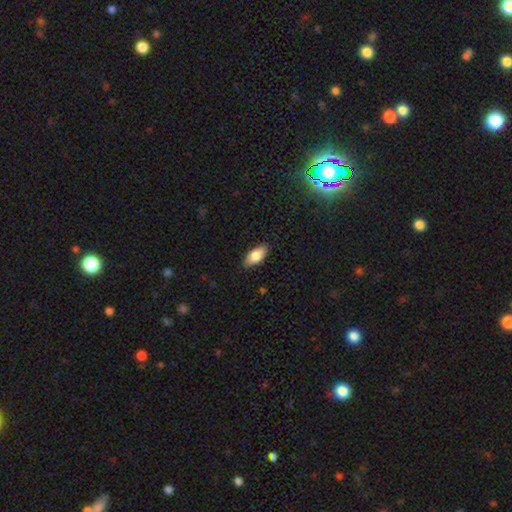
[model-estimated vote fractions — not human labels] The model was most divided on "smooth or featured": smooth: 82%, featured or disk: 11%, star or artifact: 7%. More confident: how rounded — in between (90%); merging — none (88%).